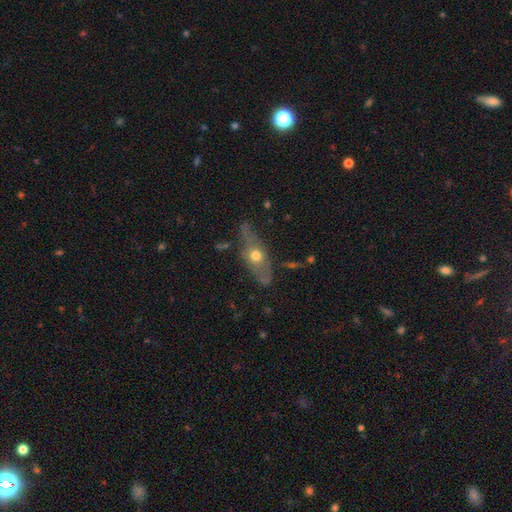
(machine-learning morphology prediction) Smooth or featured: featured or disk — 49% (smooth — 42%)
Merging: none — 61% (minor disturbance — 25%)